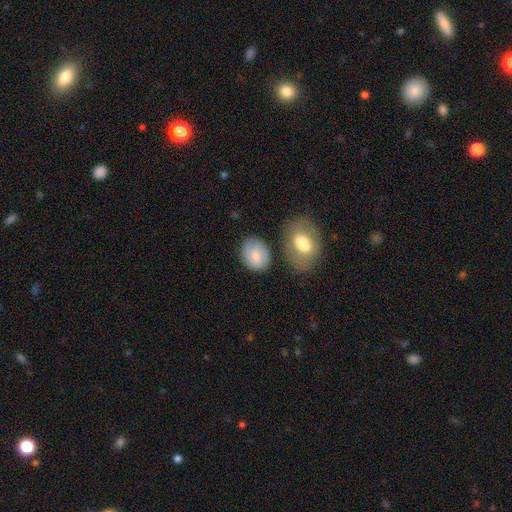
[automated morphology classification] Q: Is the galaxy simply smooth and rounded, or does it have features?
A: smooth — 74%.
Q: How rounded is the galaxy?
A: in between — 63%.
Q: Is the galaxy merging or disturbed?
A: none — 69%.